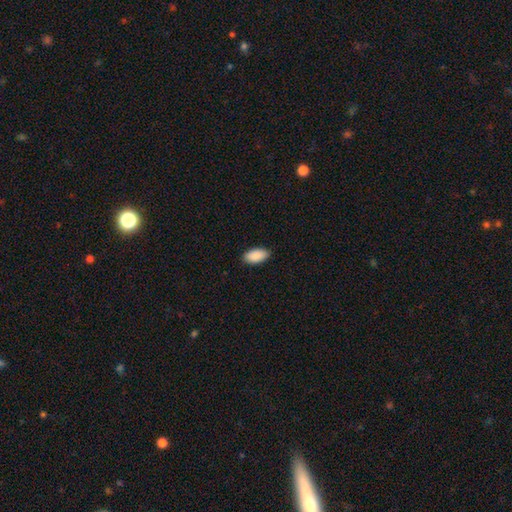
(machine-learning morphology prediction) smooth-or-featured: smooth: 91% | star or artifact: 6% | featured or disk: 3%
  how-rounded: in between: 95% | cigar-shaped: 3% | round: 2%
  merging: none: 88% | minor disturbance: 9% | major disturbance: 2% | merger: 1%